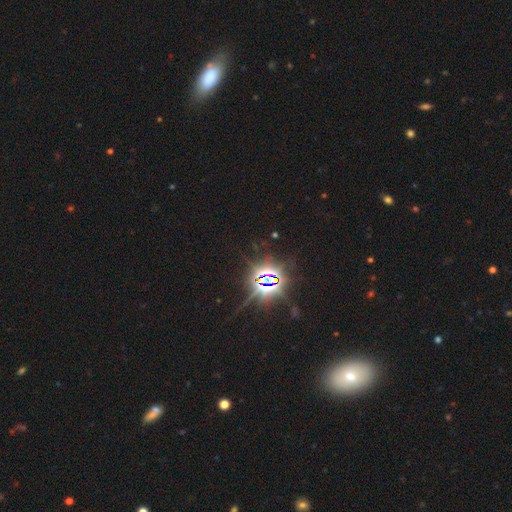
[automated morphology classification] Smooth or featured?
  - star or artifact: 73% *
  - smooth: 17%
  - featured or disk: 11%